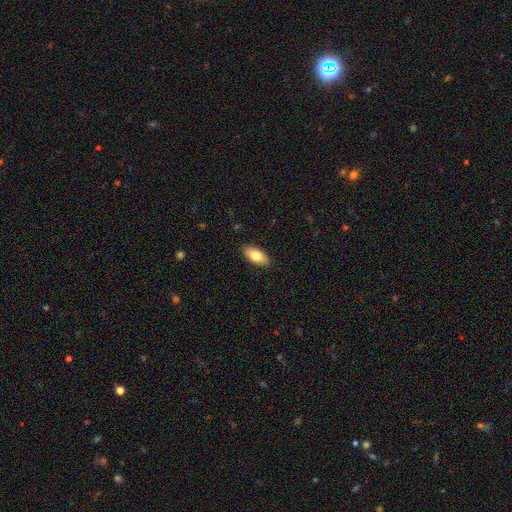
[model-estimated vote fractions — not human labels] Q: Smooth or featured?
A: smooth (79%); runner-up: featured or disk (15%)
Q: How rounded?
A: in between (89%); runner-up: cigar-shaped (8%)
Q: Merging?
A: none (89%); runner-up: minor disturbance (9%)